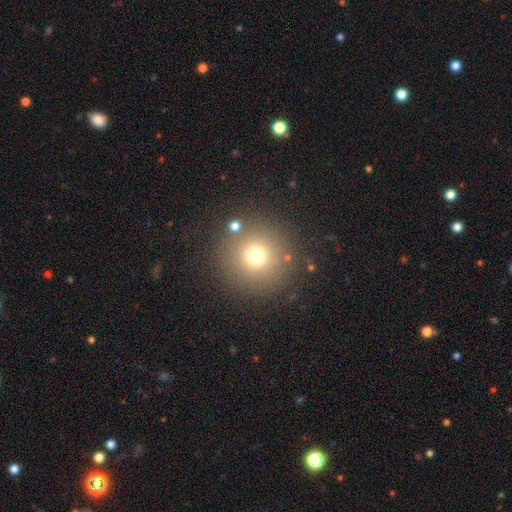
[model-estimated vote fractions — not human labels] The model was most divided on "smooth or featured": smooth: 71%, star or artifact: 17%, featured or disk: 11%. More confident: how rounded — round (96%); merging — none (84%).